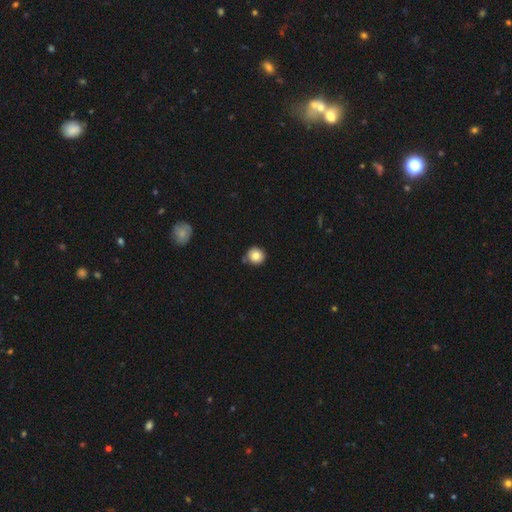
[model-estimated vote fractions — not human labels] smooth_or_featured: smooth (p=0.81) [alt: star or artifact p=0.09]
how_rounded: round (p=0.94) [alt: in between p=0.05]
merging: none (p=0.82) [alt: minor disturbance p=0.11]